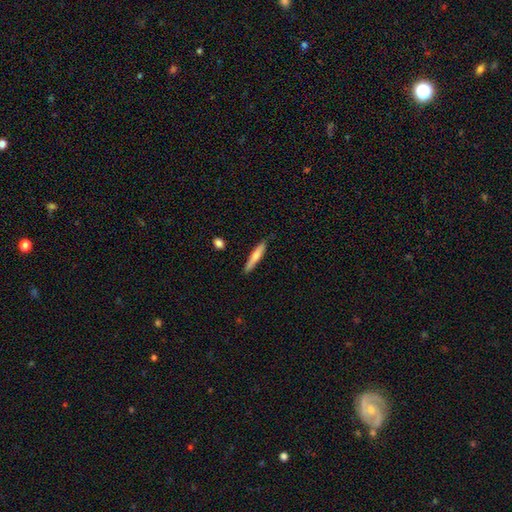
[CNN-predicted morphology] This is likely a smooth galaxy (68%). How rounded: clearly cigar-shaped (92%). Merging: clearly none (84%).